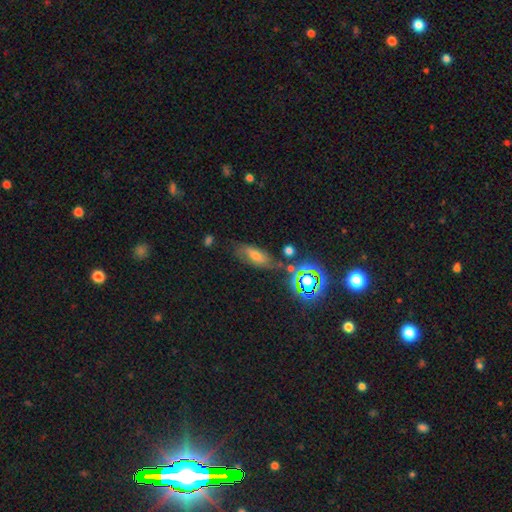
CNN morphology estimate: smooth-or-featured: smooth: 50% | featured or disk: 27% | star or artifact: 23%
  merging: none: 64% | minor disturbance: 21% | major disturbance: 9% | merger: 6%